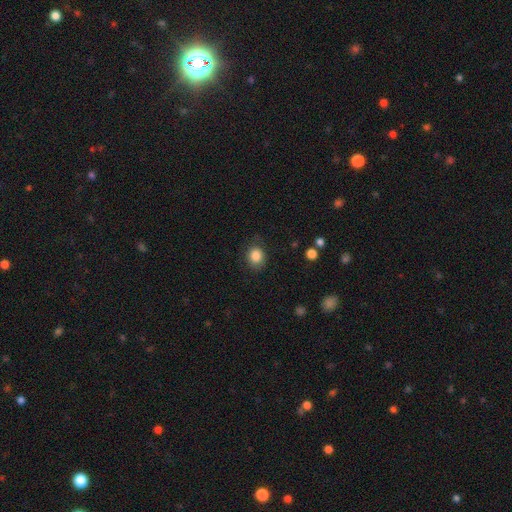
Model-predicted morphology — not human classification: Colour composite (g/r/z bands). It shows a smooth galaxy with no disk features (85%) that is round (63%). Merging: none (78%).